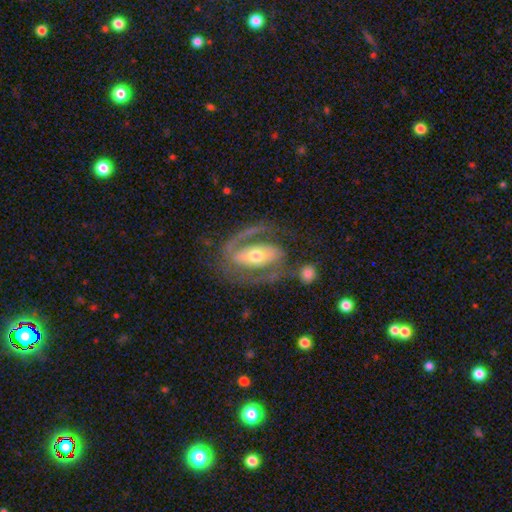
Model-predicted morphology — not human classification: type=featured or disk (83%); edge-on=no (95%); bar=strong (47%); spiral arms=yes (86%); winding=medium (50%); arm count=2 (78%); bulge=moderate (68%); merging=none (59%).